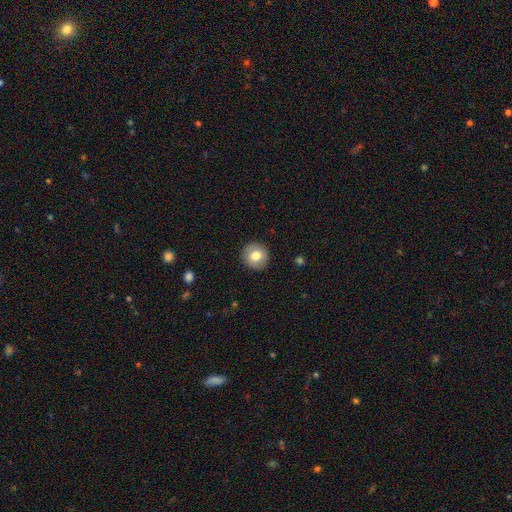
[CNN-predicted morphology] This is likely a smooth galaxy (78%). How rounded: clearly round (93%). Merging: clearly none (91%).